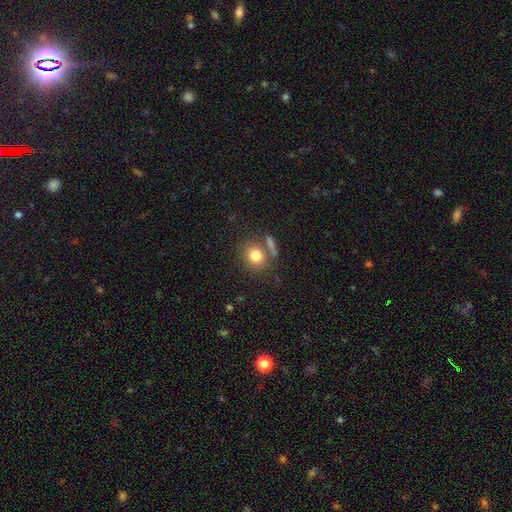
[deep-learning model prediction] The model was most divided on "how rounded": round: 74%, in between: 25%, cigar-shaped: 1%. More confident: smooth or featured — smooth (80%); merging — none (67%).